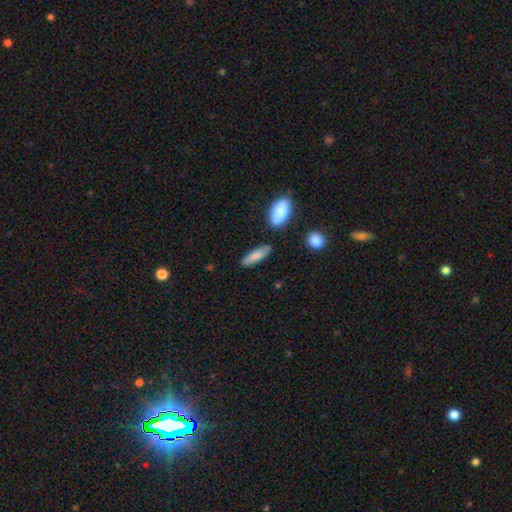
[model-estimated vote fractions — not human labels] Smooth or featured: smooth — 81% (featured or disk — 13%)
How rounded: cigar-shaped — 54% (in between — 43%)
Merging: none — 80% (minor disturbance — 13%)